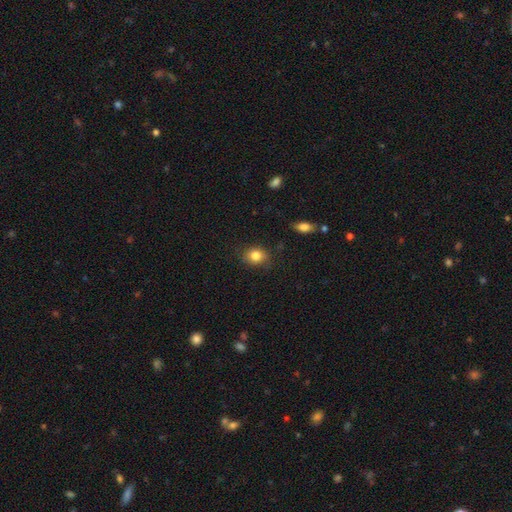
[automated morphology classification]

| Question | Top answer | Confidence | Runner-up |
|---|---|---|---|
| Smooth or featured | smooth | 84% | star or artifact (10%) |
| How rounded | round | 60% | in between (39%) |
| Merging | none | 79% | minor disturbance (16%) |